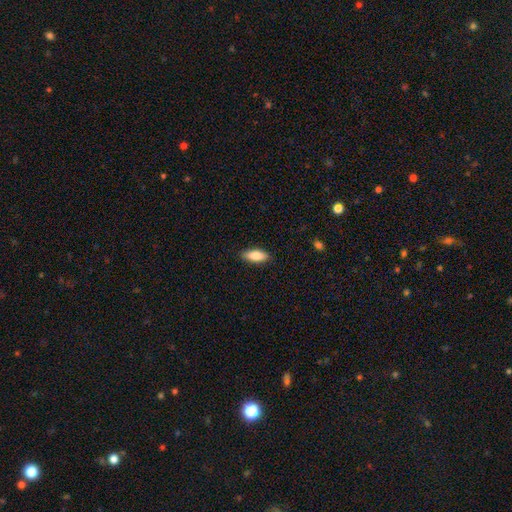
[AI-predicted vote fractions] smooth 82%, featured or disk 12%, star or artifact 6%. Down the decision tree: how rounded — in between (73%); merging — none (89%).